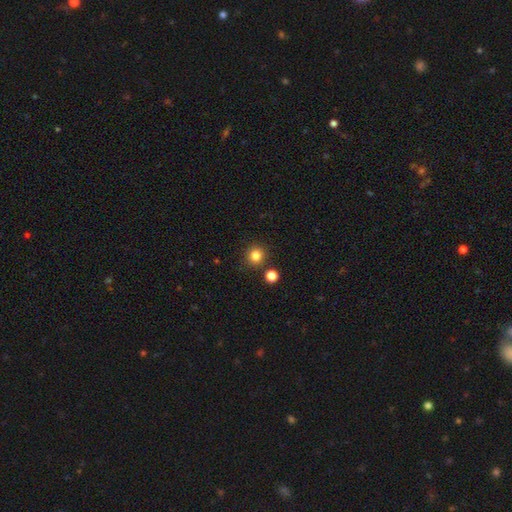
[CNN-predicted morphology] smooth 82%, star or artifact 13%, featured or disk 5%. Down the decision tree: how rounded — round (91%); merging — none (86%).